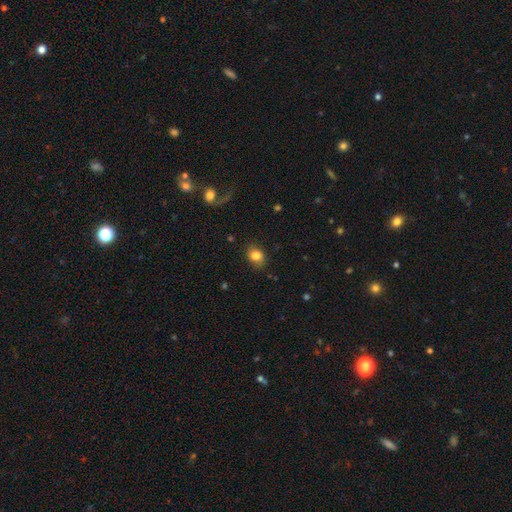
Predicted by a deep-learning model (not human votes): Smooth or featured? Predicted: smooth (p=0.81). How rounded? Predicted: round (p=0.51). Merging? Predicted: none (p=0.80).